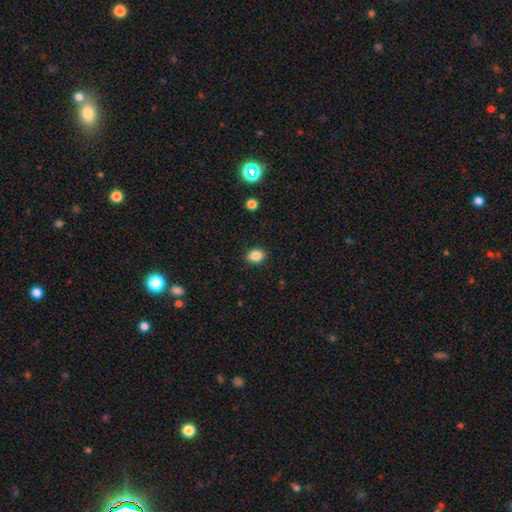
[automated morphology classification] type=smooth (86%); roundness=in between (60%); merging=none (89%).